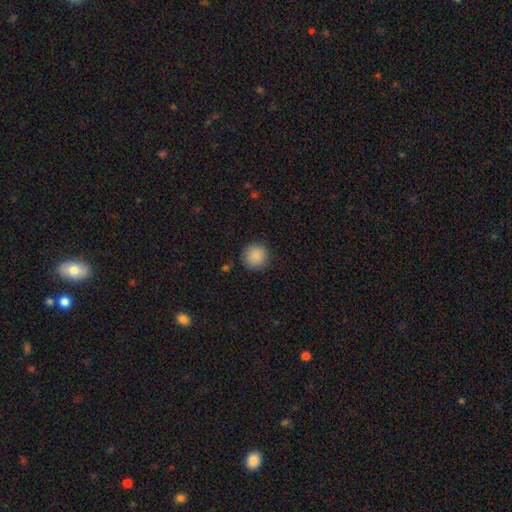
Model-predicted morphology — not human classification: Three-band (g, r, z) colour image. It shows a smooth galaxy with no disk features (89%) that is round (95%). Merging: none (89%).